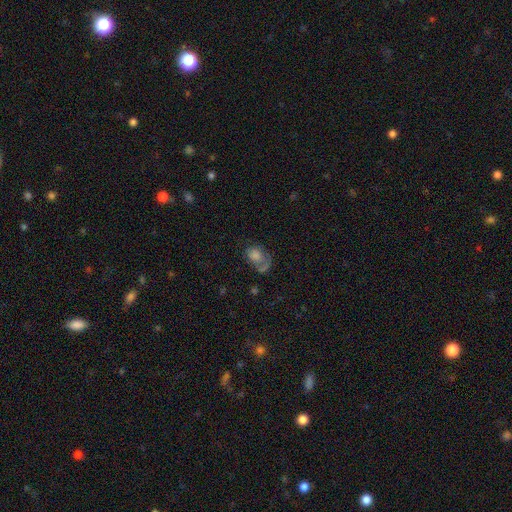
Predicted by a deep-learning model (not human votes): Smooth or featured? Predicted: smooth (p=0.55). How rounded? Predicted: in between (p=0.57). Merging? Predicted: none (p=0.40).